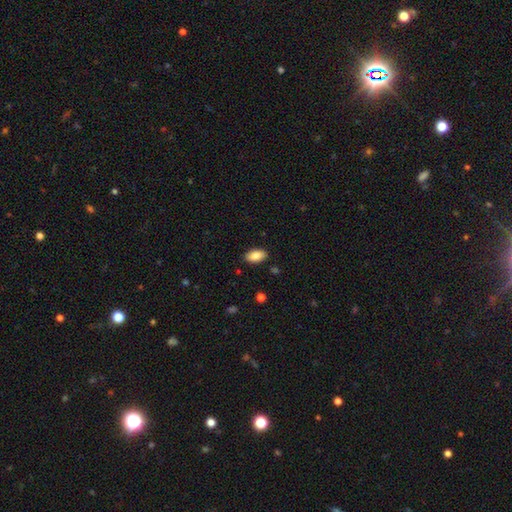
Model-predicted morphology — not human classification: A smooth galaxy with no disk features (85%) that is in between round and cigar-shaped (93%).

Vote fractions:
- Smooth or featured? smooth: 85% / featured or disk: 8% / star or artifact: 7%
- How rounded? in between: 93% / round: 4% / cigar-shaped: 3%
- Merging? none: 88% / minor disturbance: 9% / major disturbance: 2% / merger: 1%